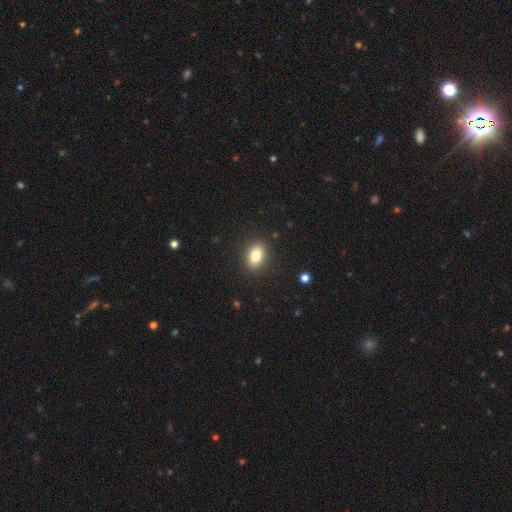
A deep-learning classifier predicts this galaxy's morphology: Smooth or featured: smooth — 81% (star or artifact — 9%)
How rounded: in between — 75% (round — 23%)
Merging: none — 89% (minor disturbance — 8%)